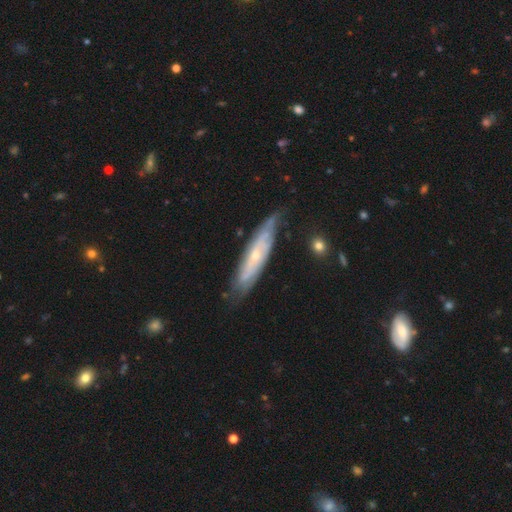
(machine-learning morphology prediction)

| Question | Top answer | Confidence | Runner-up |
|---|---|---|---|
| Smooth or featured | featured or disk | 74% | smooth (20%) |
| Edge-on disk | no | 65% | yes (35%) |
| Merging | none | 71% | minor disturbance (22%) |